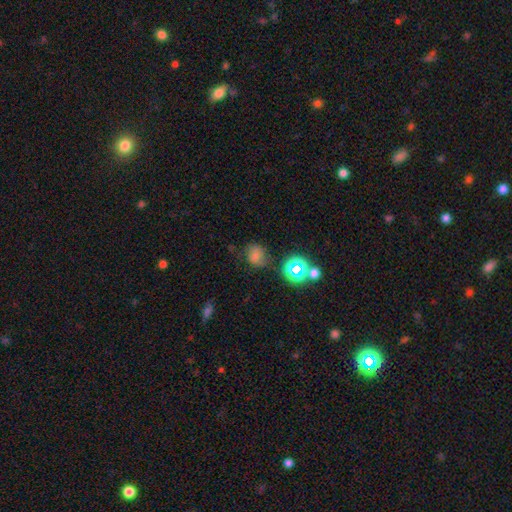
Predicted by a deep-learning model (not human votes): Smooth or featured: smooth — 62% (star or artifact — 22%)
How rounded: round — 68% (in between — 31%)
Merging: none — 68% (minor disturbance — 21%)